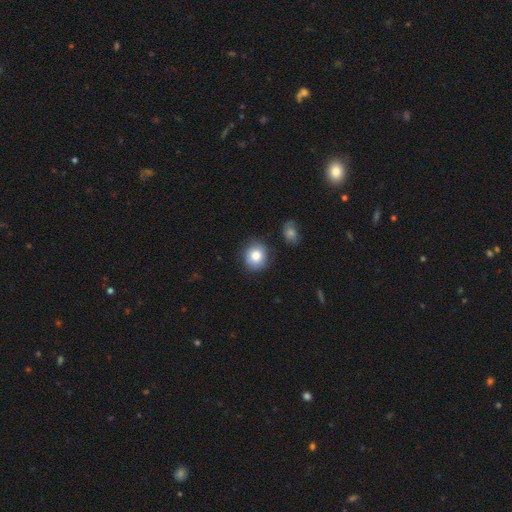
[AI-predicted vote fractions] This appears to be a smooth galaxy with no disk features (82%) that is round (85%). Merging: none (79%).